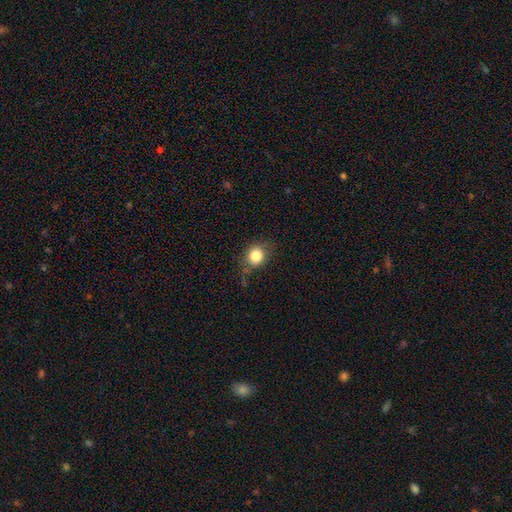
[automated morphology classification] smooth-or-featured: smooth: 82% | star or artifact: 10% | featured or disk: 7%
  how-rounded: round: 74% | in between: 25% | cigar-shaped: 1%
  merging: none: 68% | minor disturbance: 22% | major disturbance: 7% | merger: 3%